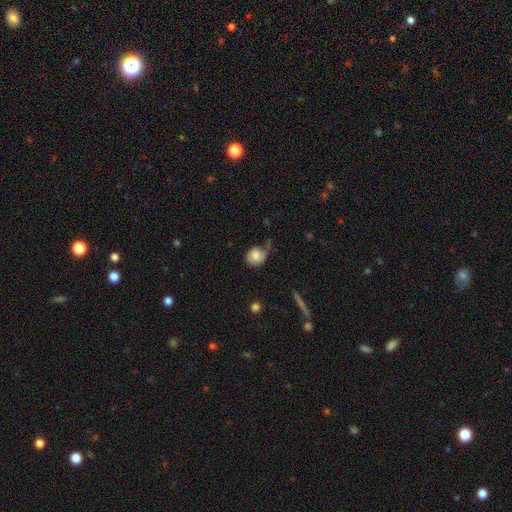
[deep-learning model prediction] A smooth galaxy with no disk features (74%) that is round (73%).

Vote fractions:
- Smooth or featured? smooth: 74% / featured or disk: 18% / star or artifact: 8%
- How rounded? round: 73% / in between: 26% / cigar-shaped: 1%
- Merging? none: 37% / minor disturbance: 34% / major disturbance: 24% / merger: 4%